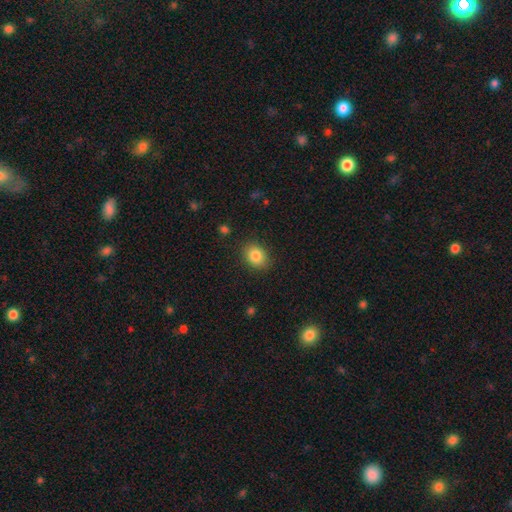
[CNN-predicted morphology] Smooth or featured? Predicted: smooth (p=0.84). How rounded? Predicted: in between (p=0.60). Merging? Predicted: none (p=0.86).